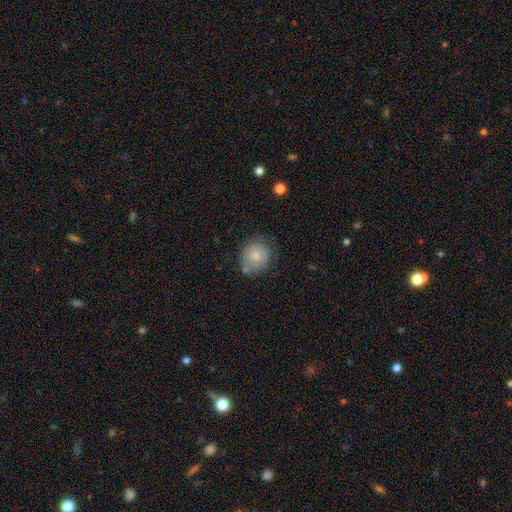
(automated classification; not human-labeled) Q: Smooth or featured?
A: smooth (76%); runner-up: featured or disk (15%)
Q: How rounded?
A: round (81%); runner-up: in between (18%)
Q: Merging?
A: none (65%); runner-up: minor disturbance (21%)